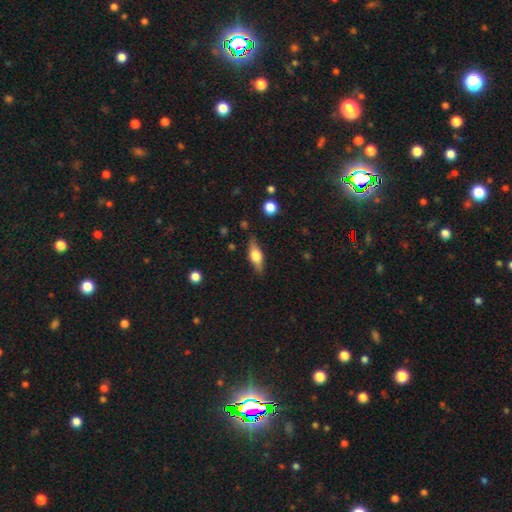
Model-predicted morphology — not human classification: smooth 47%, featured or disk 46%, star or artifact 7%. Down the decision tree: merging — none (82%).